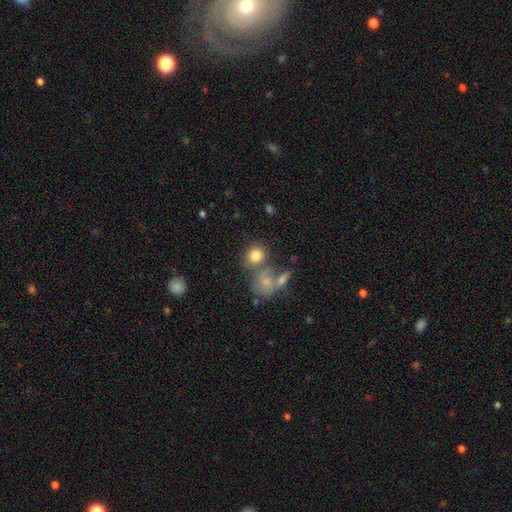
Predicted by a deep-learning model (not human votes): The model was most divided on "merging": none: 53%, merger: 30%, minor disturbance: 11%, major disturbance: 6%. More confident: smooth or featured — smooth (80%); how rounded — round (77%).